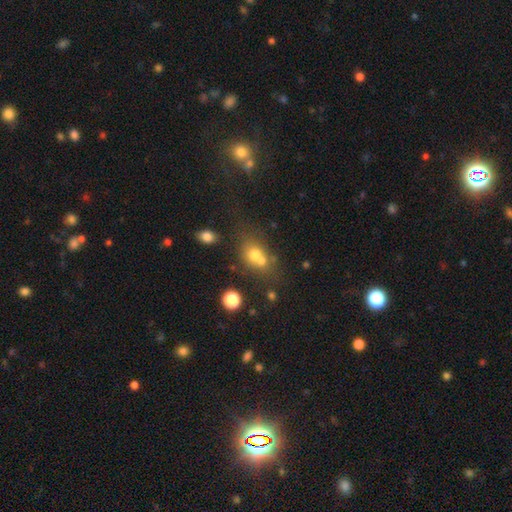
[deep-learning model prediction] Morphology: type=smooth (66%); roundness=round (60%); merging=merger (50%).